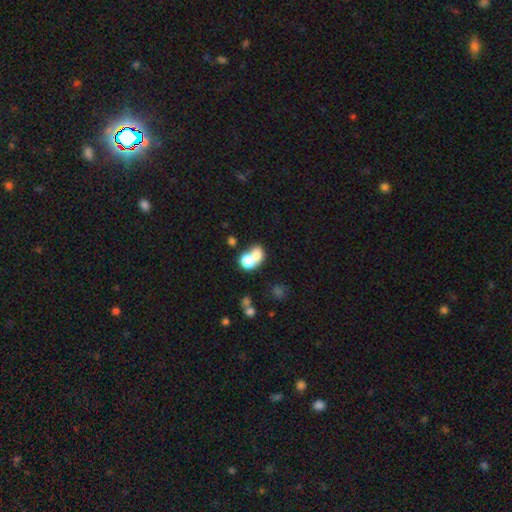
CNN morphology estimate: smooth_or_featured: smooth (p=0.71) [alt: featured or disk p=0.16]
how_rounded: round (p=0.57) [alt: in between p=0.42]
merging: merger (p=0.58) [alt: none p=0.30]